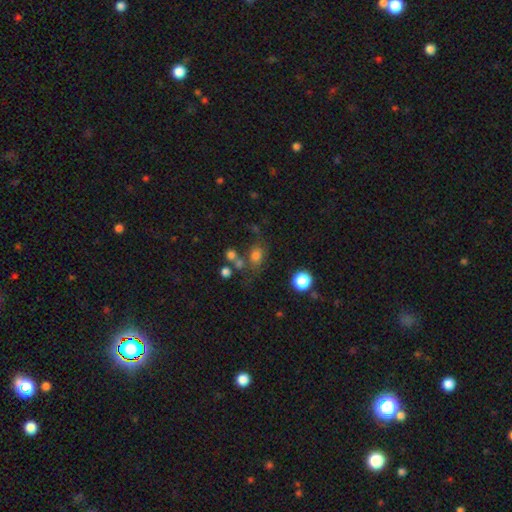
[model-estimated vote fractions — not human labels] smooth 74%, star or artifact 16%, featured or disk 10%. Down the decision tree: how rounded — in between (56%); merging — none (54%).